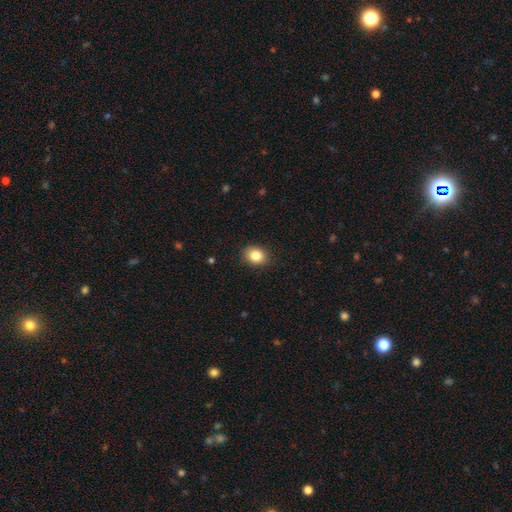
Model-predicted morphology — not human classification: Overall: smooth (84%). How rounded: in between (55%; round 44%). Merging: none (87%).